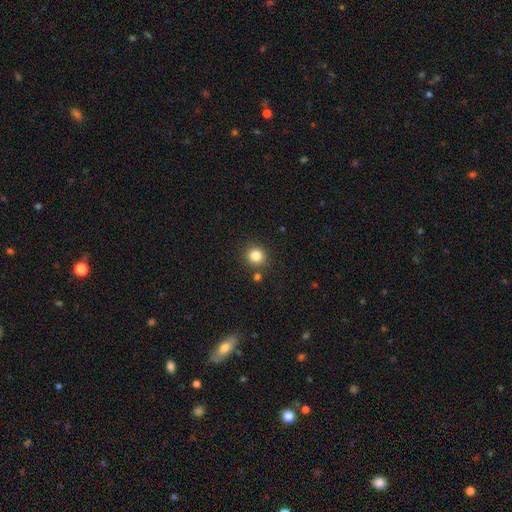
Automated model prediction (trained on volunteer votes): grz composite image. It shows a smooth galaxy with no disk features (83%) that is round (88%). Merging: none (84%).